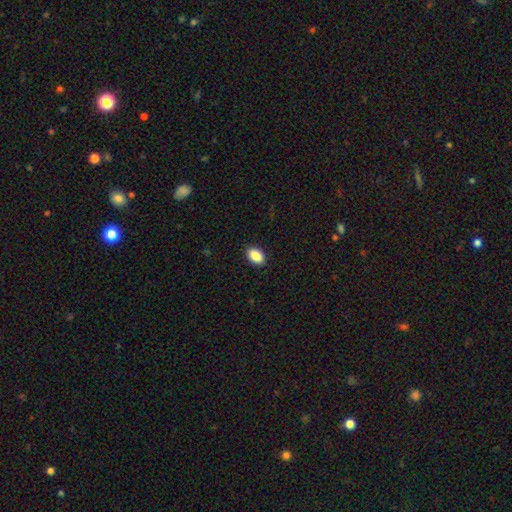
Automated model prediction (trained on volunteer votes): Smooth or featured: smooth — 89% (star or artifact — 7%)
How rounded: in between — 90% (round — 9%)
Merging: none — 90% (minor disturbance — 7%)